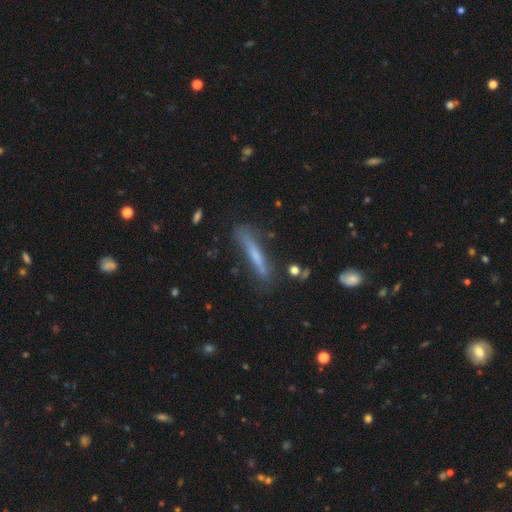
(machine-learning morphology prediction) type=smooth (48%); merging=none (74%).